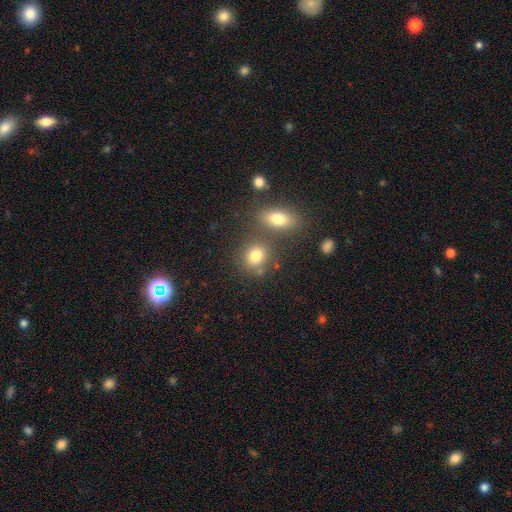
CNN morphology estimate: A smooth galaxy with no disk features (79%) that is round (60%).

Vote fractions:
- Smooth or featured? smooth: 79% / star or artifact: 12% / featured or disk: 9%
- How rounded? round: 60% / in between: 39% / cigar-shaped: 2%
- Merging? none: 64% / merger: 22% / minor disturbance: 11% / major disturbance: 4%